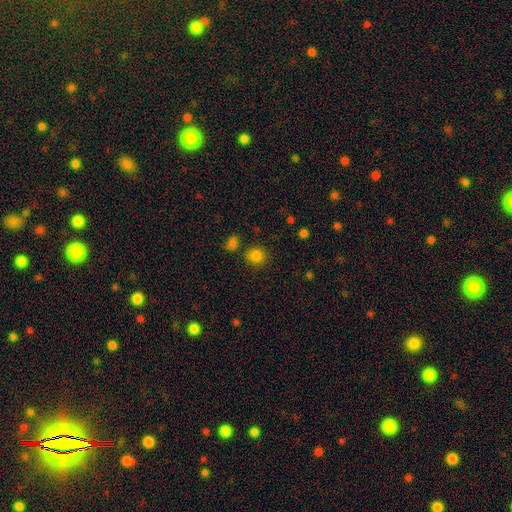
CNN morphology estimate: smooth-or-featured: smooth: 82% | star or artifact: 13% | featured or disk: 5%
  how-rounded: round: 86% | in between: 13% | cigar-shaped: 1%
  merging: none: 80% | minor disturbance: 10% | merger: 7% | major disturbance: 3%